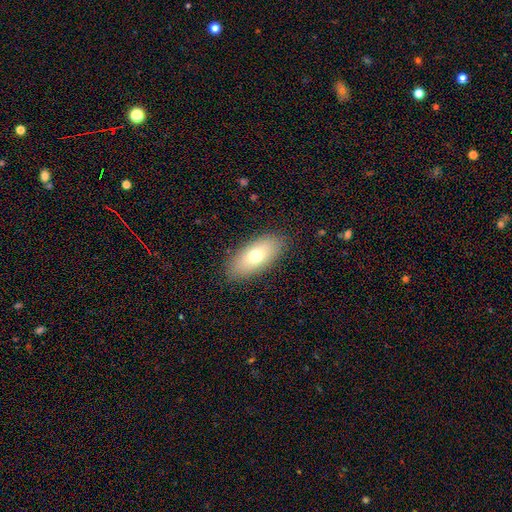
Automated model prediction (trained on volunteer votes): Smooth or featured? smooth (72%)
How rounded? in between (87%)
Merging? none (87%)